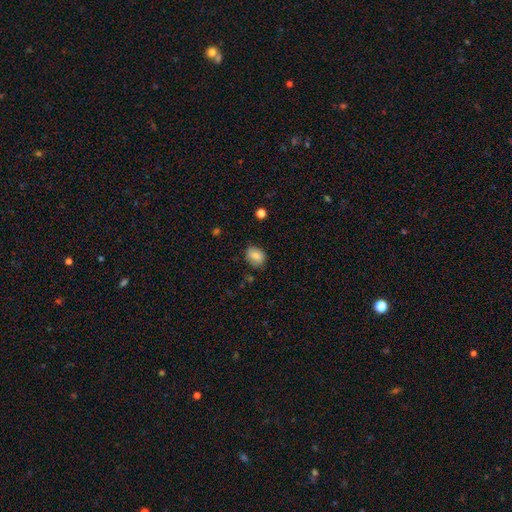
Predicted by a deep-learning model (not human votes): Overall: smooth (82%). How rounded: in between (55%; round 44%). Merging: none (79%).